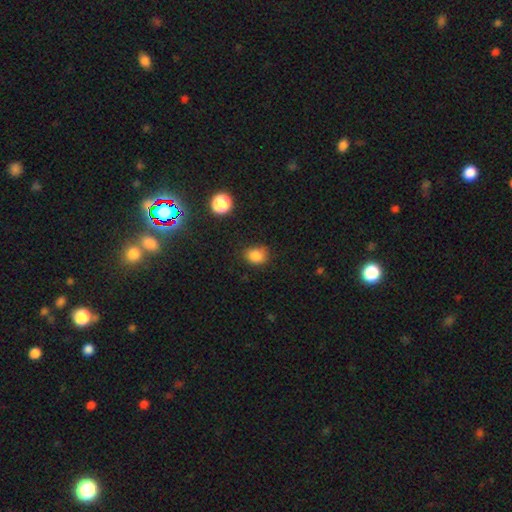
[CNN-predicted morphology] The model was most divided on "how rounded": round: 55%, in between: 44%, cigar-shaped: 1%. More confident: smooth or featured — smooth (84%); merging — none (72%).